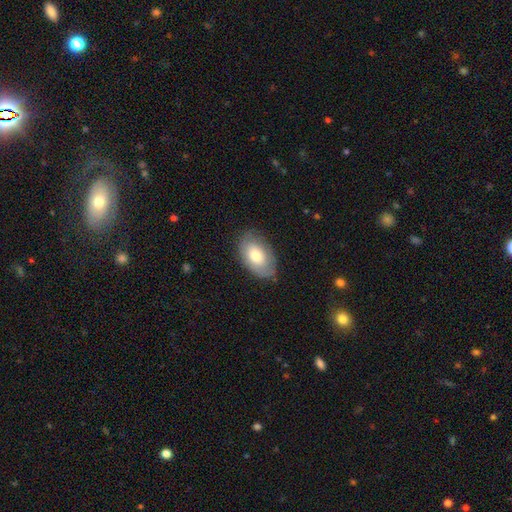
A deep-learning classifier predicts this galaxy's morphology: Smooth or featured: smooth — 67% (featured or disk — 27%)
How rounded: in between — 91% (round — 7%)
Merging: none — 79% (minor disturbance — 16%)